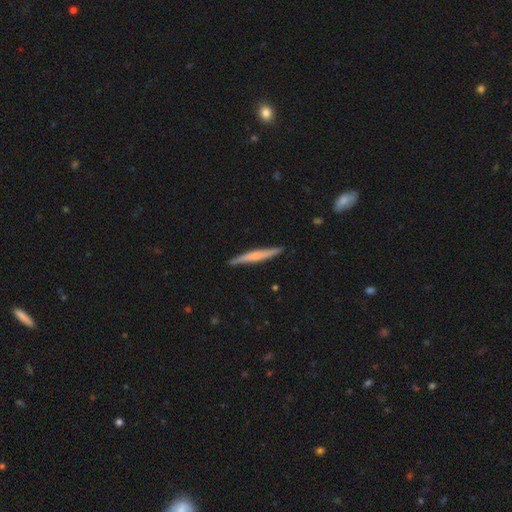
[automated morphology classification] Q: Smooth or featured?
A: smooth (50%); runner-up: featured or disk (45%)
Q: Merging?
A: none (88%); runner-up: minor disturbance (9%)